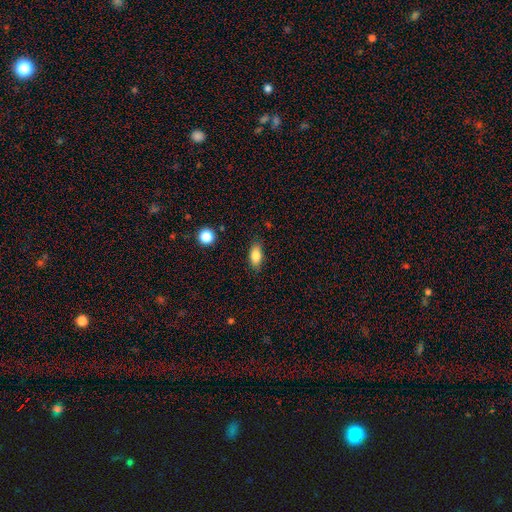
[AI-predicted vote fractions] smooth 82%, featured or disk 10%, star or artifact 8%. Down the decision tree: how rounded — in between (84%); merging — none (83%).